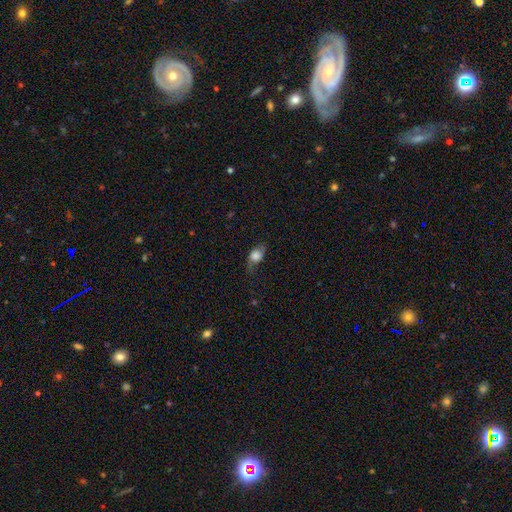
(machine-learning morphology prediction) smooth 72%, featured or disk 19%, star or artifact 9%. Down the decision tree: how rounded — in between (68%); merging — none (55%).